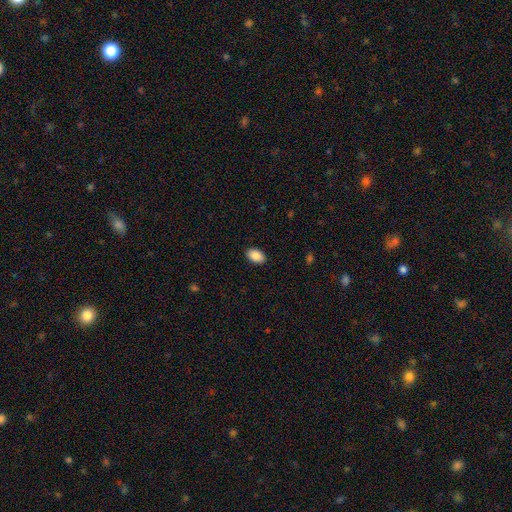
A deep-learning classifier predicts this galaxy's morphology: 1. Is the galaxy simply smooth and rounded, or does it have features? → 90% smooth, 7% star or artifact, 4% featured or disk.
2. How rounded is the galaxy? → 91% in between, 8% round, 1% cigar-shaped.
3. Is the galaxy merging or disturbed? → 90% none, 7% minor disturbance, 2% major disturbance, 1% merger.